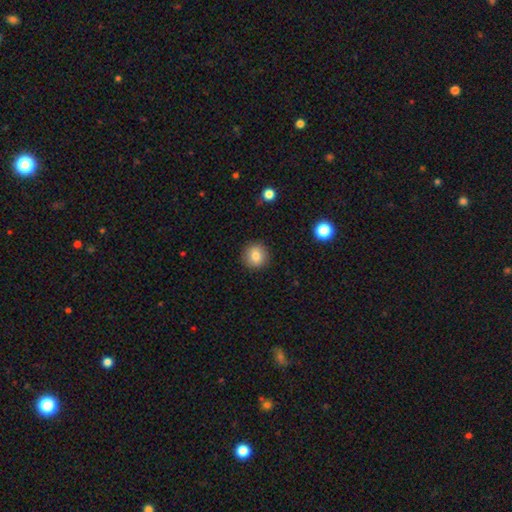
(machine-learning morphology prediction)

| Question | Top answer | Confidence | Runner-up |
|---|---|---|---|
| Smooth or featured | smooth | 83% | star or artifact (9%) |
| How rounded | round | 91% | in between (8%) |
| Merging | none | 90% | minor disturbance (7%) |